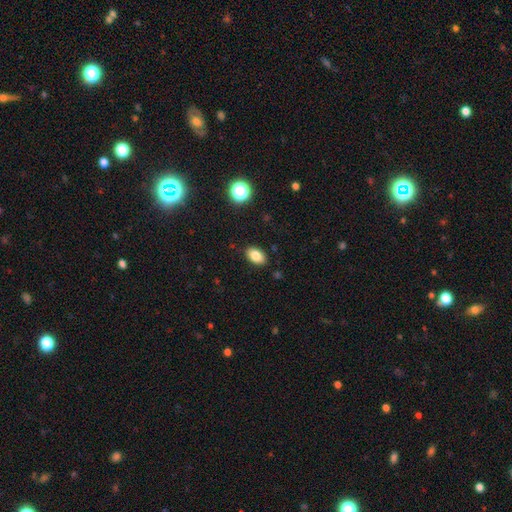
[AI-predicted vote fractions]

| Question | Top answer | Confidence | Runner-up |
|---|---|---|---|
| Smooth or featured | smooth | 83% | star or artifact (10%) |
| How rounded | in between | 89% | round (9%) |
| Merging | none | 88% | minor disturbance (9%) |